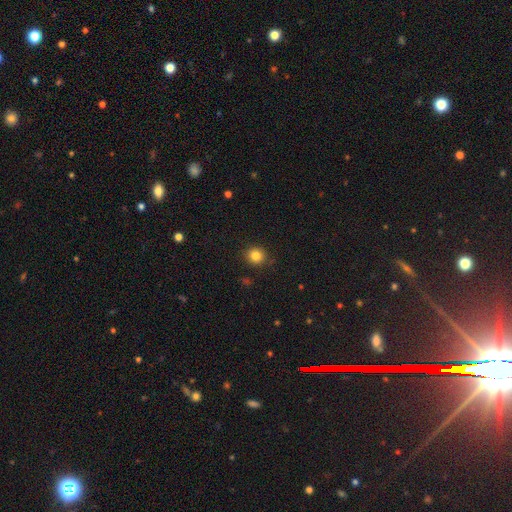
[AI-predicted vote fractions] smooth_or_featured: smooth (p=0.83) [alt: star or artifact p=0.11]
how_rounded: round (p=0.89) [alt: in between p=0.10]
merging: none (p=0.88) [alt: minor disturbance p=0.08]